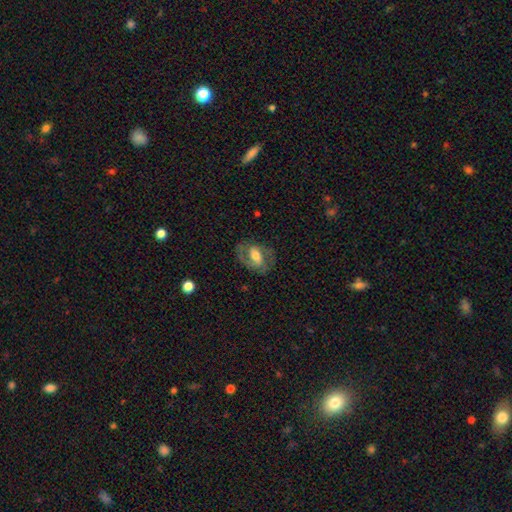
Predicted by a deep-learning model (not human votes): smooth-or-featured: featured or disk: 70% | smooth: 24% | star or artifact: 7%
  disk-edge-on: no: 95% | yes: 5%
    bar: weak: 42% | strong: 31% | no: 26%
    has-spiral-arms: yes: 84% | no: 16%
      spiral-winding: medium: 51% | tight: 29% | loose: 20%
      spiral-arm-count: 2: 83% | can't tell: 8% | 1: 6% | 3: 1% | 4: 1% | more than 4: 1%
    bulge-size: moderate: 59% | small: 22% | large: 15% | none: 2% | dominant: 2%
  merging: none: 73% | minor disturbance: 16% | major disturbance: 10% | merger: 1%